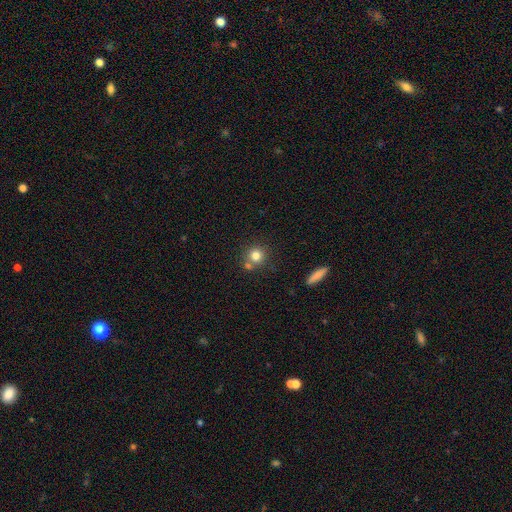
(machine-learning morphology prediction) Smooth or featured: smooth — 78% (star or artifact — 11%)
How rounded: round — 89% (in between — 10%)
Merging: none — 62% (merger — 25%)